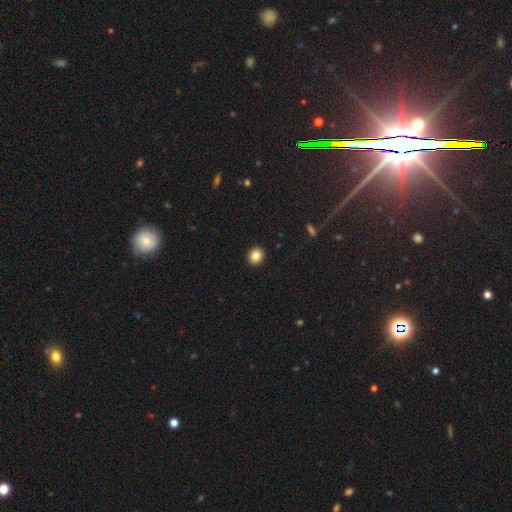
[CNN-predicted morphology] Overall: smooth (84%). How rounded: round (79%). Merging: none (93%).